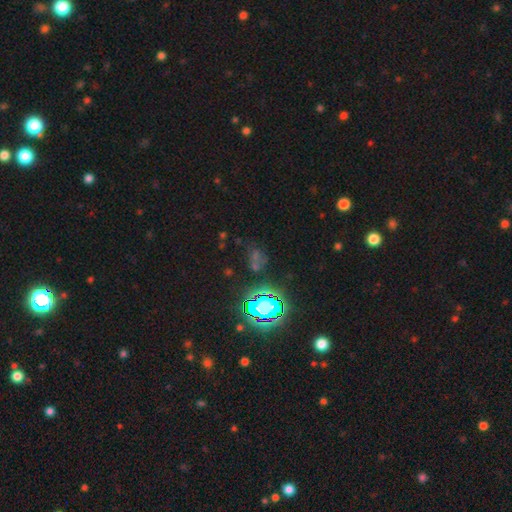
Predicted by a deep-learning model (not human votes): A star or artifact, not a galaxy (62%).